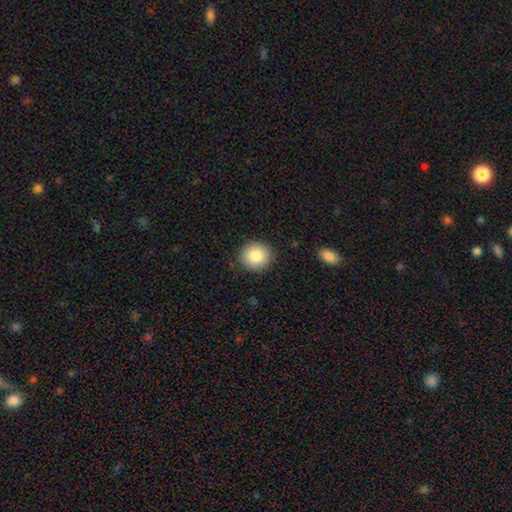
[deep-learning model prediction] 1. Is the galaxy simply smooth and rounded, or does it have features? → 85% smooth, 8% star or artifact, 6% featured or disk.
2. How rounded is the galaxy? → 91% round, 8% in between, 1% cigar-shaped.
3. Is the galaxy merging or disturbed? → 90% none, 7% minor disturbance, 2% major disturbance, 1% merger.